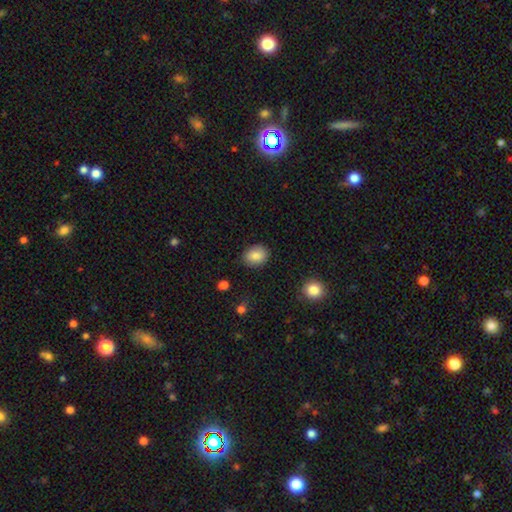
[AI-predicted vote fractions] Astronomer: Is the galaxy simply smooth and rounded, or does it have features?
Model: smooth — 86%.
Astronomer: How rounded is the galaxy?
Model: in between — 52% (runner-up: round, 47%).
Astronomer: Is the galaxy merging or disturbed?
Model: none — 86%.